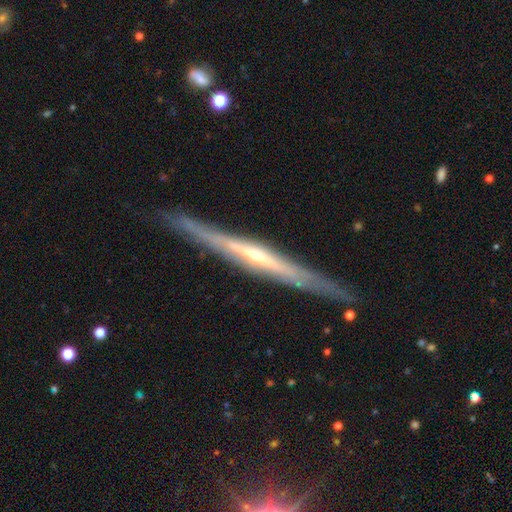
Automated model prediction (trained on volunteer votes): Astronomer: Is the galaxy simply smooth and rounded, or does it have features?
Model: featured or disk — 79%.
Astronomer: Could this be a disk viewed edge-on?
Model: yes — 95%.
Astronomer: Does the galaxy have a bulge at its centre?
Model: rounded — 57% (runner-up: none, 35%).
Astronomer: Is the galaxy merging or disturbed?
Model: none — 83%.